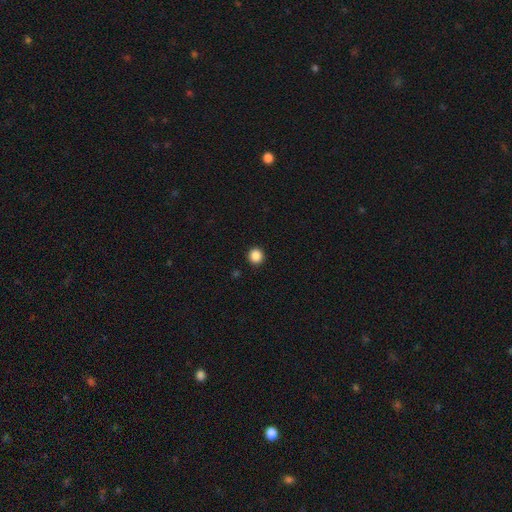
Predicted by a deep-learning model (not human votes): smooth 87%, star or artifact 10%, featured or disk 2%. Down the decision tree: how rounded — round (95%); merging — none (94%).